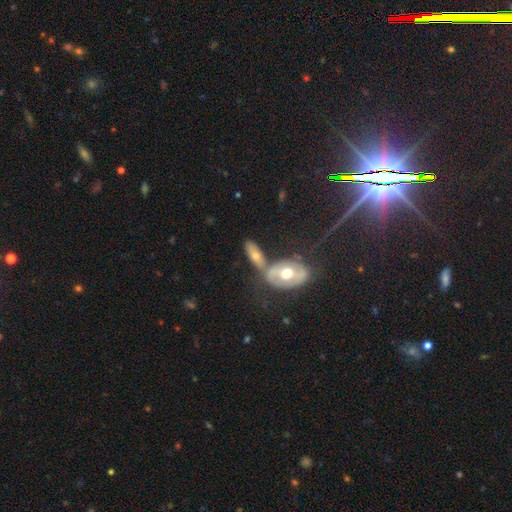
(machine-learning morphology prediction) Smooth or featured? smooth (50%)
How rounded? in between (77%)
Merging? none (41%)